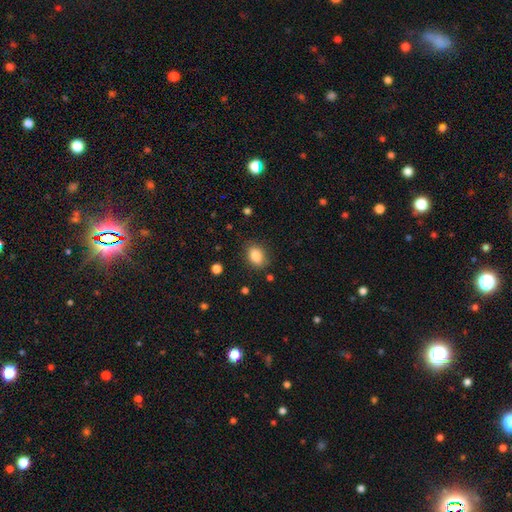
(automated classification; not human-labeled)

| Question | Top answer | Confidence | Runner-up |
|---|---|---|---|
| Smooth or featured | smooth | 84% | star or artifact (9%) |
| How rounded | in between | 73% | round (26%) |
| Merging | none | 81% | minor disturbance (14%) |